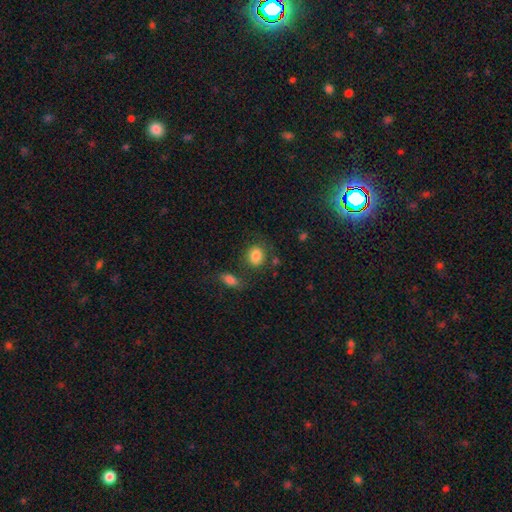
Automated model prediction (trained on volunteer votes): smooth-or-featured: smooth: 84% | star or artifact: 9% | featured or disk: 7%
  how-rounded: round: 57% | in between: 41% | cigar-shaped: 1%
  merging: none: 72% | minor disturbance: 14% | merger: 9% | major disturbance: 5%